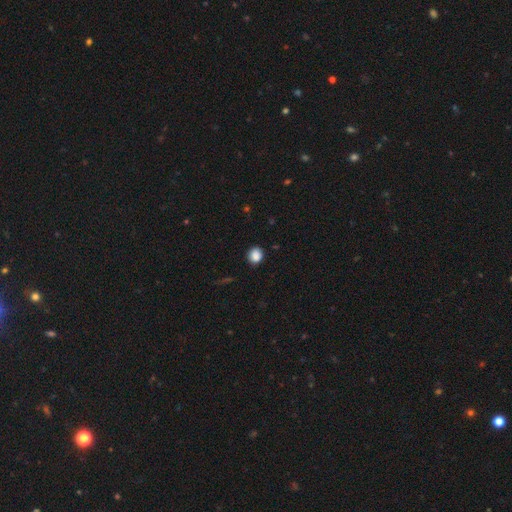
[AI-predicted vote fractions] The model was most divided on "how rounded": round: 78%, in between: 21%, cigar-shaped: 1%. More confident: smooth or featured — smooth (88%); merging — none (86%).